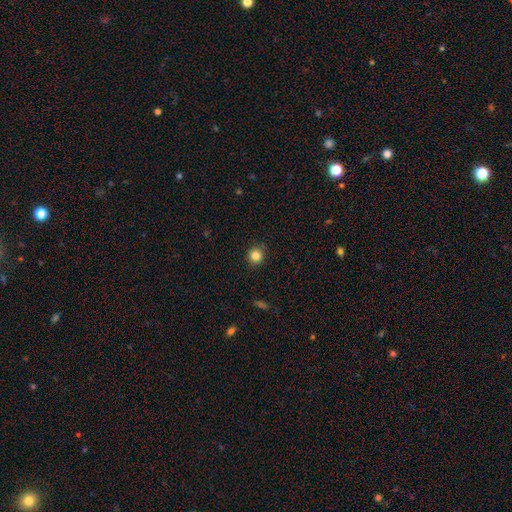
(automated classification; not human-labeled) Smooth or featured? smooth (84%)
How rounded? round (89%)
Merging? none (88%)